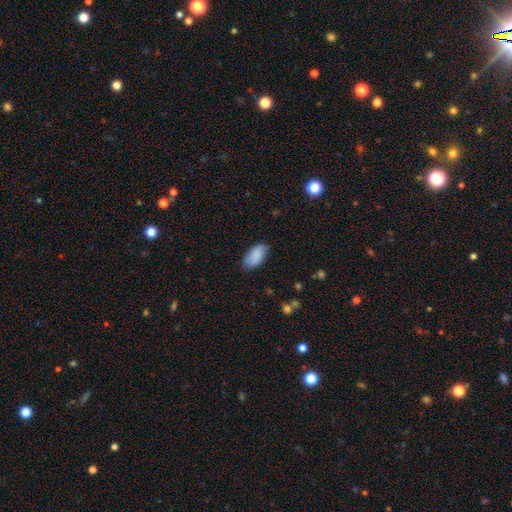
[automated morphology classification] The model was most divided on "merging": none: 78%, minor disturbance: 18%, major disturbance: 3%, merger: 1%. More confident: how rounded — in between (95%); smooth or featured — smooth (82%).